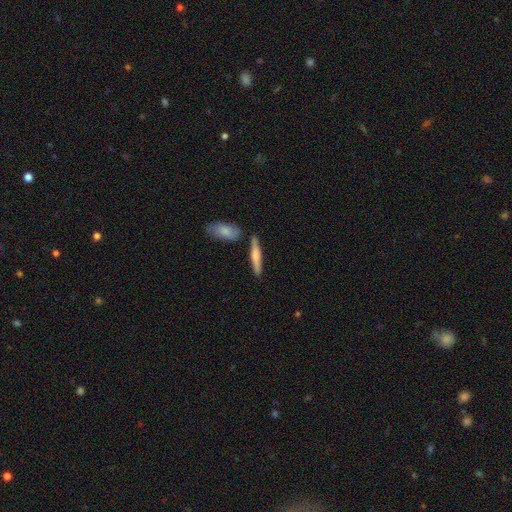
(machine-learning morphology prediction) Smooth or featured: smooth — 60% (featured or disk — 35%)
How rounded: cigar-shaped — 86% (in between — 12%)
Merging: none — 79% (minor disturbance — 10%)